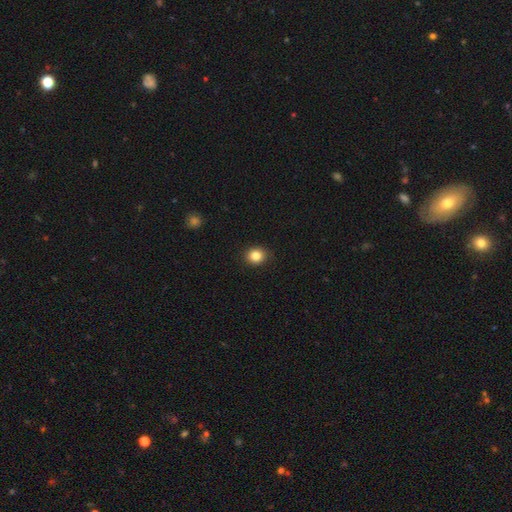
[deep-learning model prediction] smooth-or-featured: smooth: 84% | star or artifact: 11% | featured or disk: 6%
  how-rounded: round: 78% | in between: 21% | cigar-shaped: 1%
  merging: none: 90% | minor disturbance: 7% | major disturbance: 2% | merger: 1%